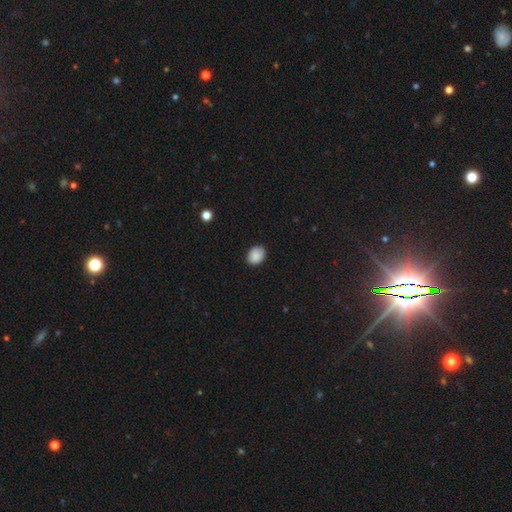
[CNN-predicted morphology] Smooth or featured: smooth — 87% (star or artifact — 8%)
How rounded: in between — 61% (round — 38%)
Merging: none — 80% (minor disturbance — 17%)